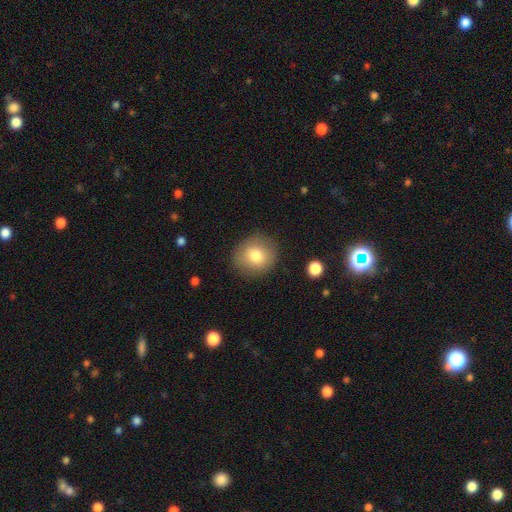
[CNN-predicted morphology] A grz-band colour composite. It shows a smooth galaxy with no disk features (79%) that is round (82%). Merging: none (86%).